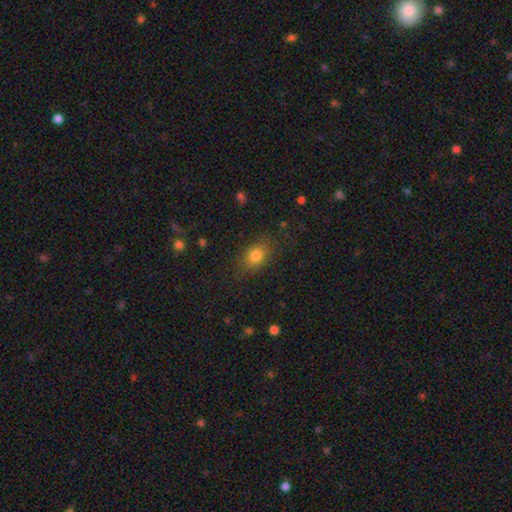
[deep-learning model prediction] Overall: smooth (79%). How rounded: in between (67%; round 31%). Merging: none (79%).